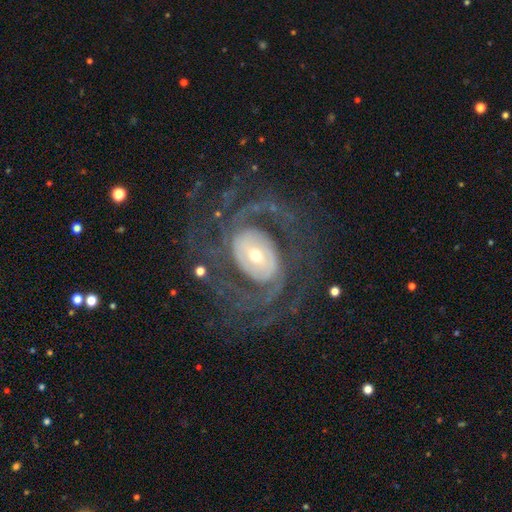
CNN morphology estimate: This appears to be a featured or disk galaxy (90%) with no bar (42%), 2 (40%) tight (46%) spiral arms (96%) and a moderate central bulge (45%). Merging: none (70%).